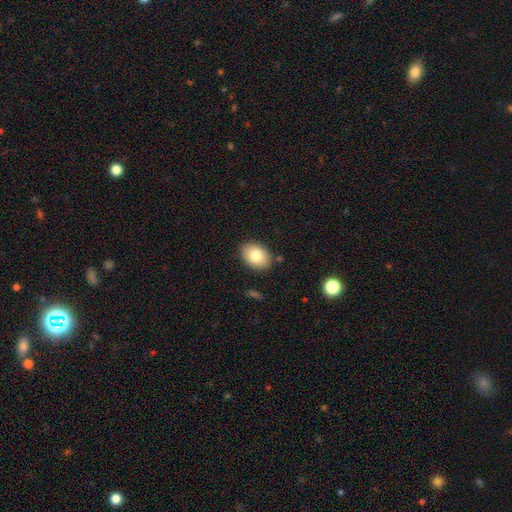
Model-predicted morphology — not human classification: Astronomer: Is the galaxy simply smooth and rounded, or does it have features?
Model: smooth — 80%.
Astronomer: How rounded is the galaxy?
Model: in between — 76%.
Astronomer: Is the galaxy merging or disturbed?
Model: none — 86%.